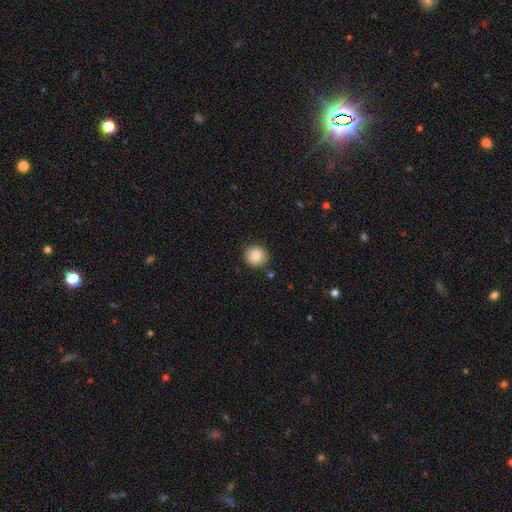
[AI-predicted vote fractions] Q: Smooth or featured?
A: smooth (86%); runner-up: star or artifact (9%)
Q: How rounded?
A: round (92%); runner-up: in between (7%)
Q: Merging?
A: none (89%); runner-up: minor disturbance (7%)